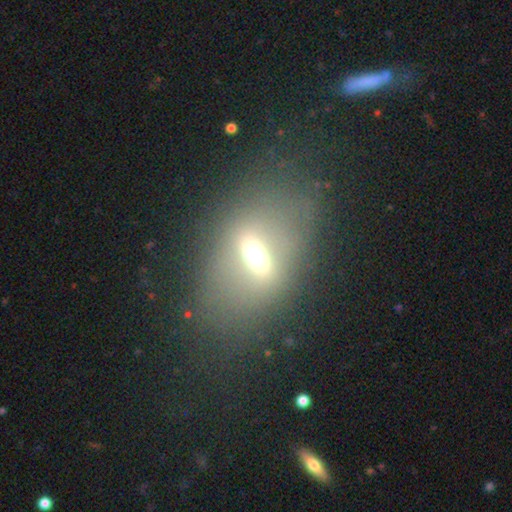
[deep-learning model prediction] Q: Smooth or featured?
A: smooth (47%); runner-up: featured or disk (33%)
Q: Merging?
A: none (63%); runner-up: major disturbance (16%)